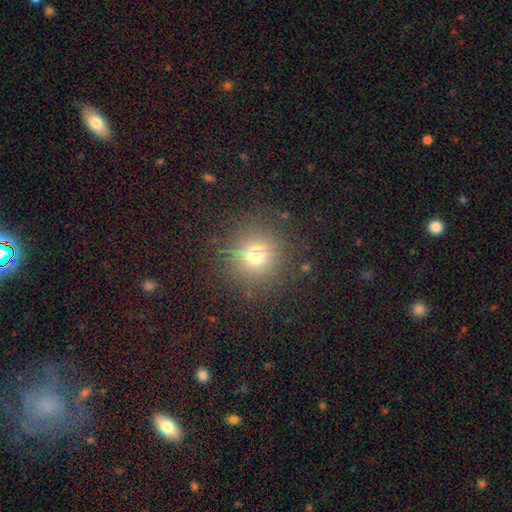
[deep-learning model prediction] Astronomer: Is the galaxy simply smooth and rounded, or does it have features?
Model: smooth — 71%.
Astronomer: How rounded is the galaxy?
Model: round — 95%.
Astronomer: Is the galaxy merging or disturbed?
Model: none — 87%.